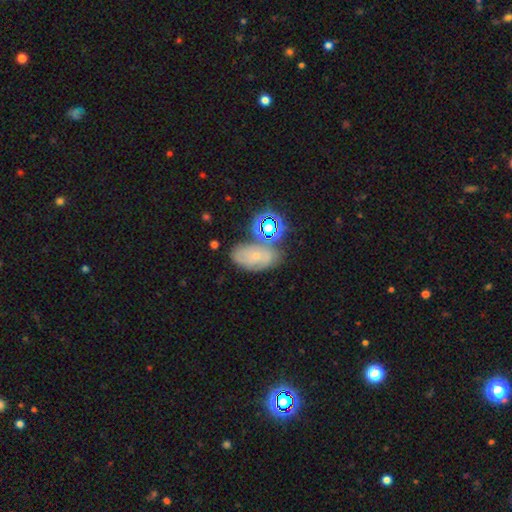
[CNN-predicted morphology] featured or disk 38% (tied), smooth 38% (tied), star or artifact 24%. Down the decision tree: merging — none (60%).